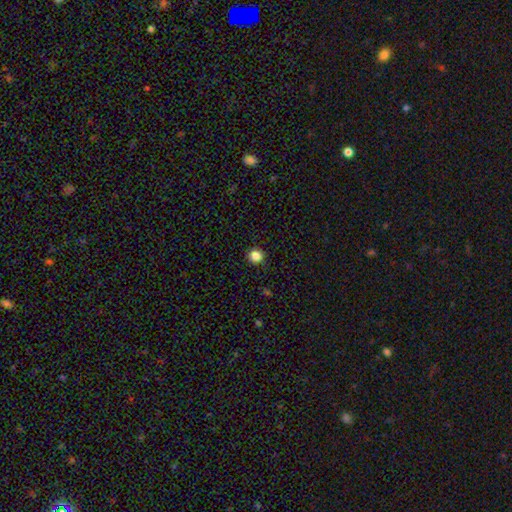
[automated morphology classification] Smooth or featured? smooth (85%)
How rounded? round (89%)
Merging? none (92%)